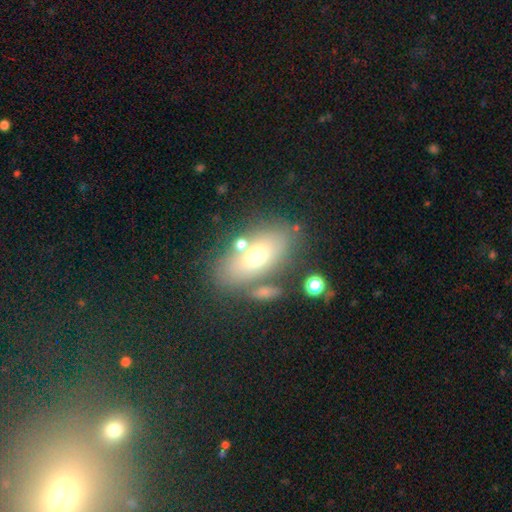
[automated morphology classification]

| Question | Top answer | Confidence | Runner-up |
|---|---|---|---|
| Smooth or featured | smooth | 62% | featured or disk (28%) |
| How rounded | in between | 86% | round (8%) |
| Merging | none | 68% | minor disturbance (14%) |